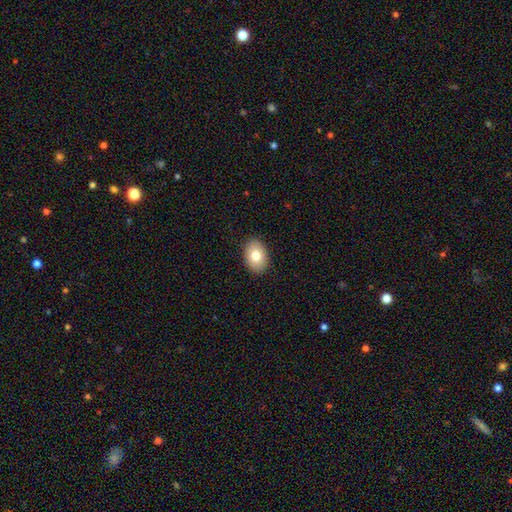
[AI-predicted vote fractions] smooth 79%, featured or disk 13%, star or artifact 8%. Down the decision tree: how rounded — in between (84%); merging — none (90%).